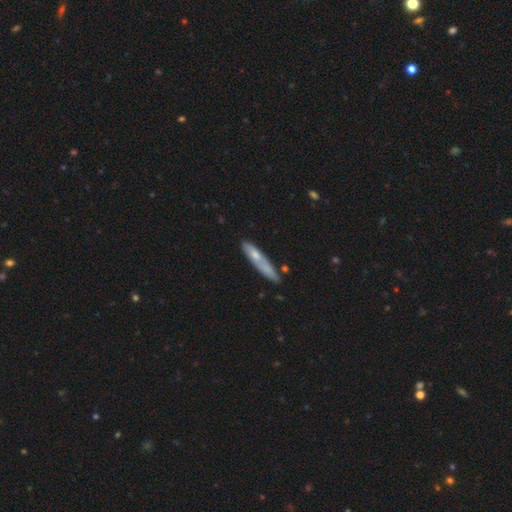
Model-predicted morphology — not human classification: Overall: smooth (63%; featured or disk 30%). How rounded: cigar-shaped (86%). Merging: none (68%).